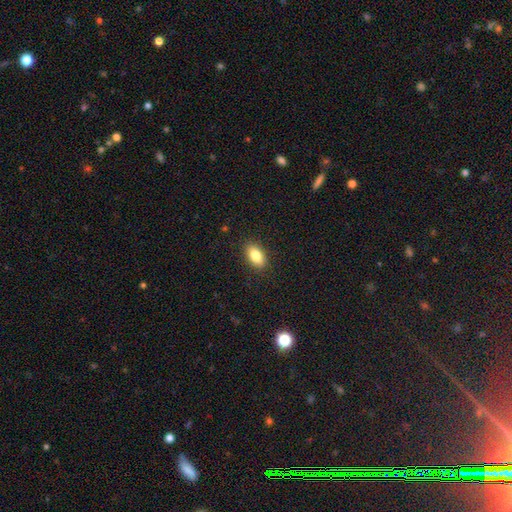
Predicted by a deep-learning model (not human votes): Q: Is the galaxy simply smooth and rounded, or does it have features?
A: smooth — 82%.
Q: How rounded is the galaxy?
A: in between — 89%.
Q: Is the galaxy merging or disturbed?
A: none — 88%.